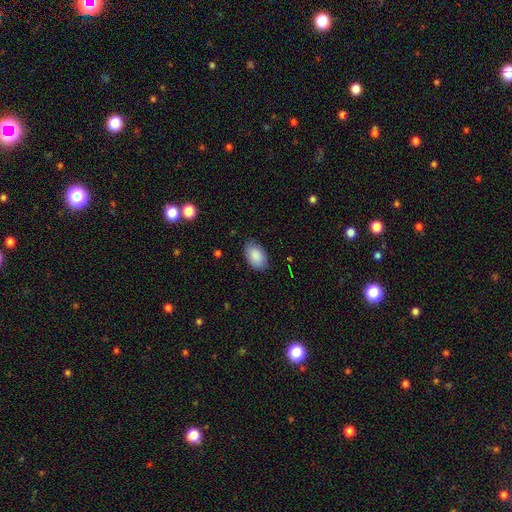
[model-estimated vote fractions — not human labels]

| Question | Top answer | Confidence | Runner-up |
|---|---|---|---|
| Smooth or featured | smooth | 89% | star or artifact (6%) |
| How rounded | in between | 92% | round (6%) |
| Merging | none | 83% | minor disturbance (14%) |